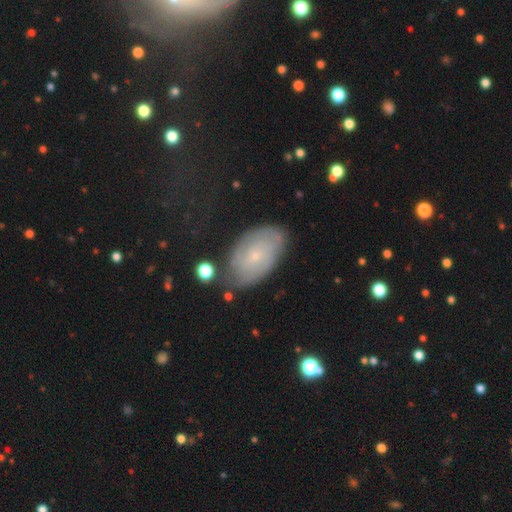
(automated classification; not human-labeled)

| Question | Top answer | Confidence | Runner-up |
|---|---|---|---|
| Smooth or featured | featured or disk | 53% | smooth (37%) |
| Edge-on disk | no | 94% | yes (6%) |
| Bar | no | 83% | weak (15%) |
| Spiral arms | yes | 72% | no (28%) |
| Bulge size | small | 86% | moderate (10%) |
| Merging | none | 74% | minor disturbance (18%) |